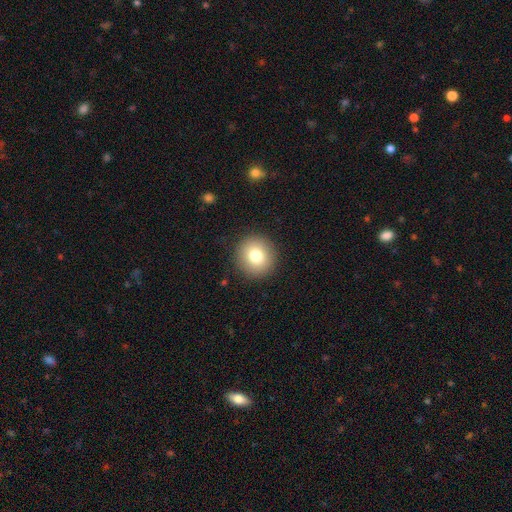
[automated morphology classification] Smooth or featured? Predicted: smooth (p=0.79). How rounded? Predicted: round (p=0.92). Merging? Predicted: none (p=0.91).